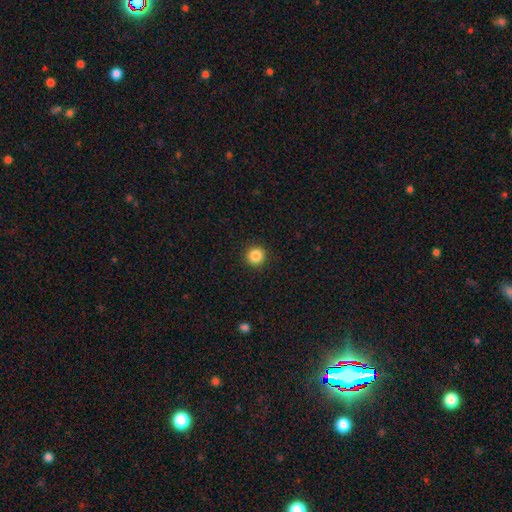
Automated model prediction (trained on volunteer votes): This appears to be a smooth galaxy with no disk features (87%) that is round (96%). Merging: none (93%).